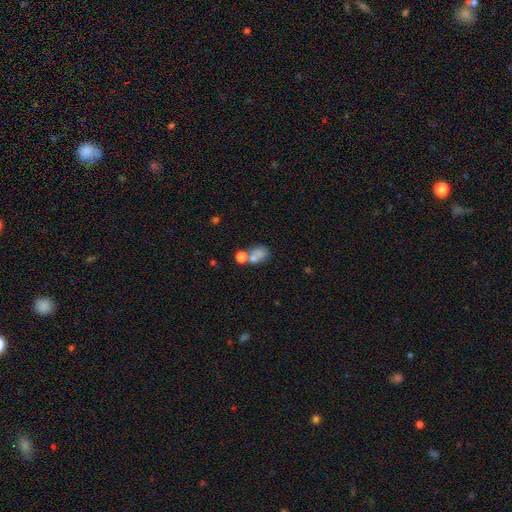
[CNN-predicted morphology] Smooth or featured: smooth — 69% (featured or disk — 18%)
How rounded: in between — 67% (round — 32%)
Merging: merger — 46% (none — 32%)